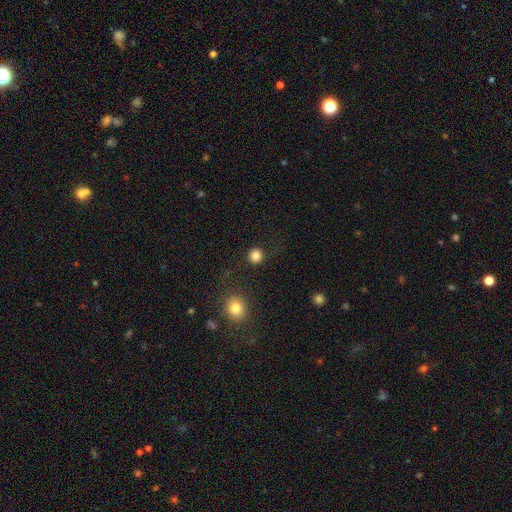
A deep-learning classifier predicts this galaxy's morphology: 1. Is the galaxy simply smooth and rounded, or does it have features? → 84% smooth, 12% star or artifact, 4% featured or disk.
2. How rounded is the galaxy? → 91% round, 8% in between, 1% cigar-shaped.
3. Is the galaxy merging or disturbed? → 89% none, 6% minor disturbance, 3% major disturbance, 2% merger.